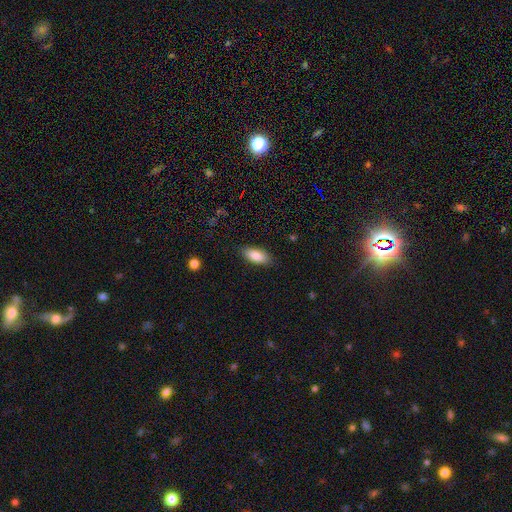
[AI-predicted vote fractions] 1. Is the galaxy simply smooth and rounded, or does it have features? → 86% smooth, 8% featured or disk, 7% star or artifact.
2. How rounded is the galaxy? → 85% in between, 13% cigar-shaped, 2% round.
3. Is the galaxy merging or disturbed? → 86% none, 10% minor disturbance, 2% major disturbance, 1% merger.